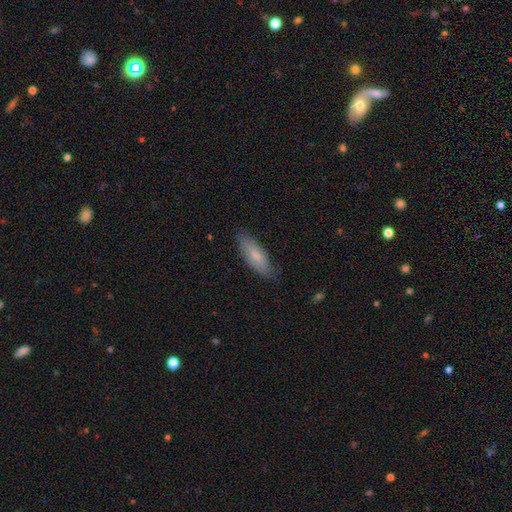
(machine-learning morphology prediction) Smooth or featured?
  - smooth: 73% *
  - featured or disk: 22%
  - star or artifact: 6%
How rounded?
  - in between: 59% *
  - cigar-shaped: 40%
  - round: 2%
Merging?
  - none: 80% *
  - minor disturbance: 16%
  - major disturbance: 3%
  - merger: 1%